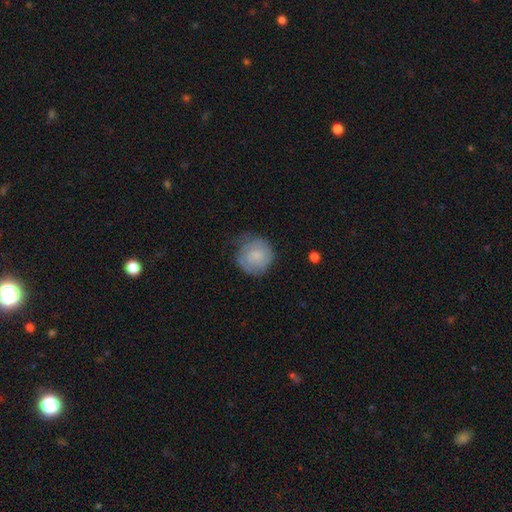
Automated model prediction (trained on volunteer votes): A featured or disk galaxy (47%). Merging: none (61%).